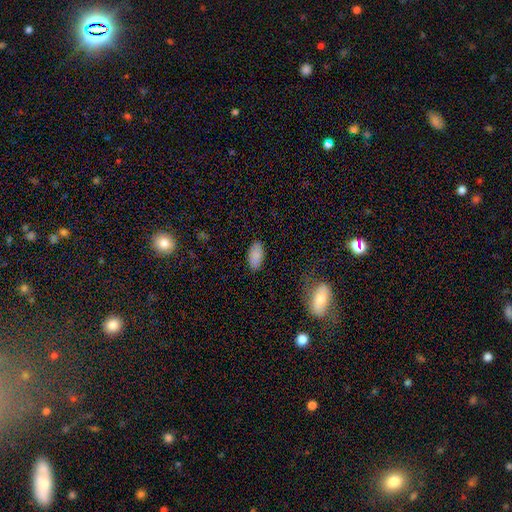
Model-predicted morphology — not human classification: smooth_or_featured: smooth (p=0.87) [alt: star or artifact p=0.08]
how_rounded: in between (p=0.94) [alt: cigar-shaped p=0.04]
merging: none (p=0.85) [alt: minor disturbance p=0.11]